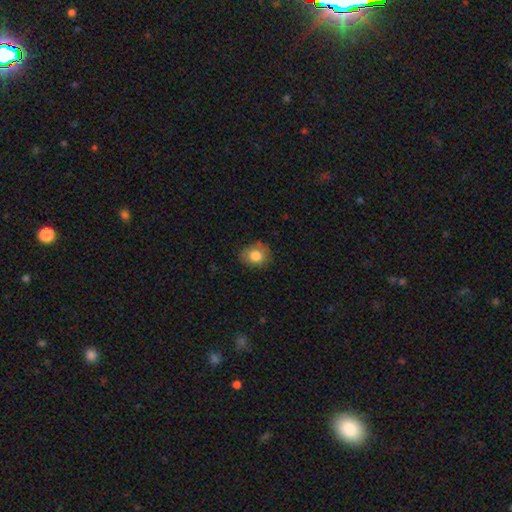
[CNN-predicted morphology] smooth-or-featured: smooth: 80% | featured or disk: 11% | star or artifact: 9%
  how-rounded: round: 55% | in between: 44% | cigar-shaped: 1%
  merging: none: 72% | minor disturbance: 21% | major disturbance: 5% | merger: 1%